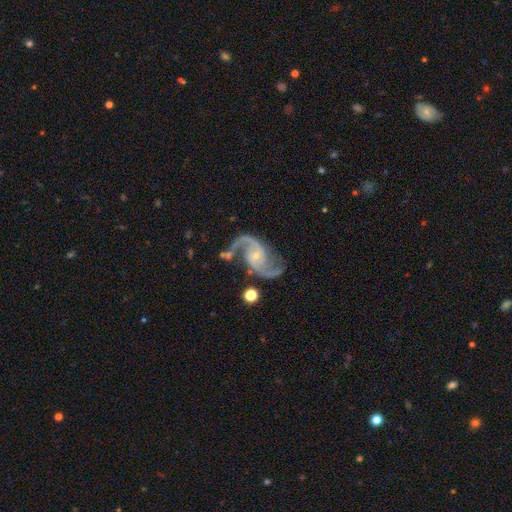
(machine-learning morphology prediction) Overall: featured or disk (92%). Edge-on disk: no (98%). Bar: no (54%; weak 34%). Spiral arms: yes (98%). Spiral arm count: 2 (93%). Spiral winding: medium (49%; loose 40%). Bulge size: small (72%). Merging: none (67%).